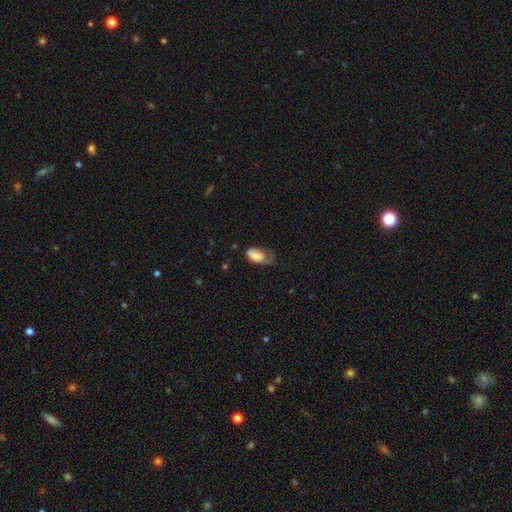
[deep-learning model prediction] This appears to be a smooth galaxy with no disk features (77%) that is in between round and cigar-shaped (92%). Merging: major disturbance (38%).